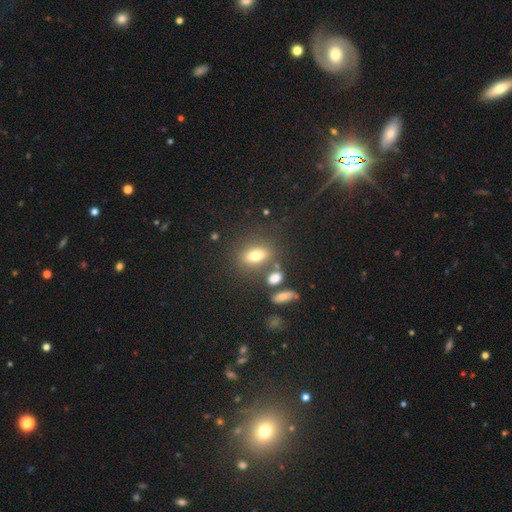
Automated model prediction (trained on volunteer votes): Smooth or featured?
  - smooth: 72% *
  - featured or disk: 15%
  - star or artifact: 12%
How rounded?
  - in between: 74% *
  - round: 17%
  - cigar-shaped: 8%
Merging?
  - none: 70% *
  - minor disturbance: 13%
  - merger: 12%
  - major disturbance: 6%